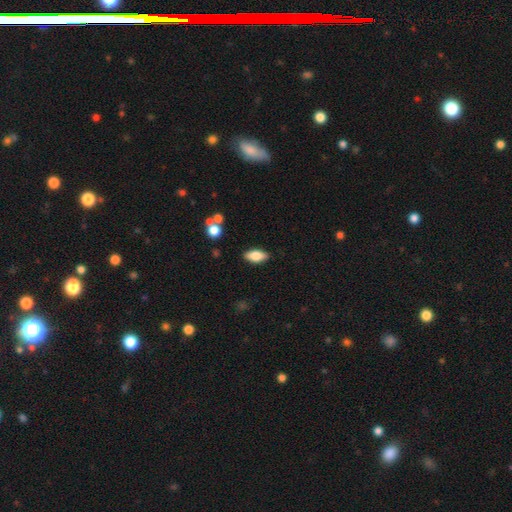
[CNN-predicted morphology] Overall: smooth (76%). How rounded: in between (85%). Merging: none (86%).